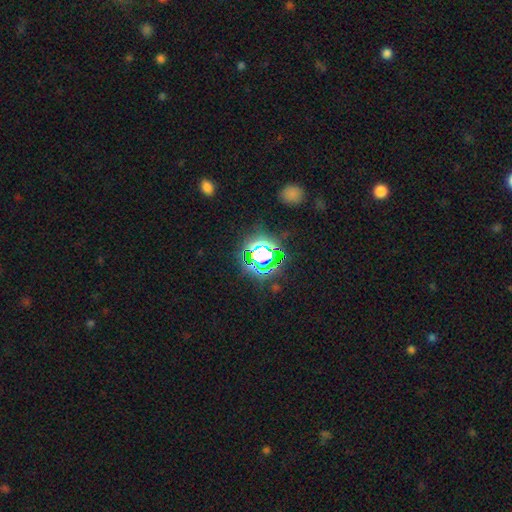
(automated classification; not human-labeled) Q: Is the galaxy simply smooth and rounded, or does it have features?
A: star or artifact — 76%.